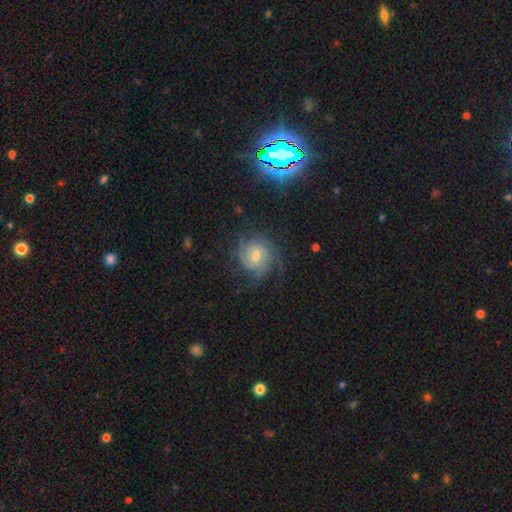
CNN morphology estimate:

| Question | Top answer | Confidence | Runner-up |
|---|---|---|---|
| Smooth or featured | featured or disk | 76% | smooth (15%) |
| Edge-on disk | no | 97% | yes (3%) |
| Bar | no | 50% | weak (41%) |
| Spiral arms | yes | 94% | no (6%) |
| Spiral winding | tight | 57% | medium (32%) |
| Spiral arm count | can't tell | 32% | 3 (22%) |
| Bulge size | moderate | 58% | small (36%) |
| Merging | none | 70% | minor disturbance (17%) |